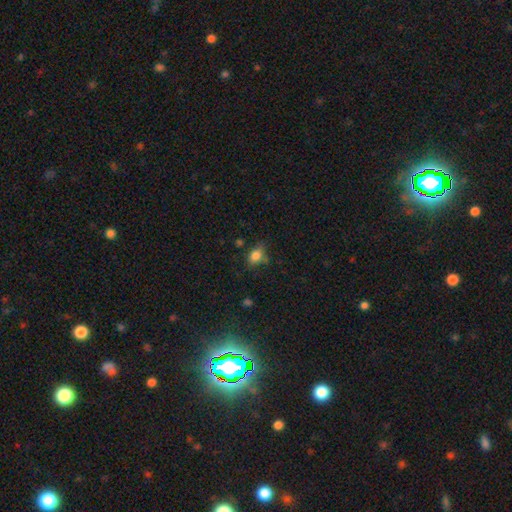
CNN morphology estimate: Overall: smooth (82%). How rounded: in between (69%; round 29%). Merging: none (63%; minor disturbance 25%).